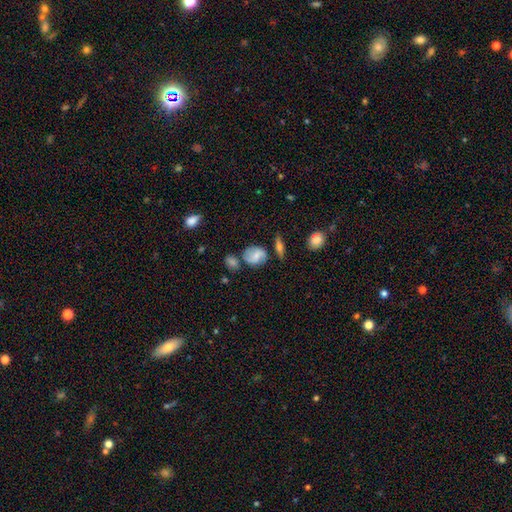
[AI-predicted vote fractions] This appears to be a smooth galaxy with no disk features (52%) that is in between round and cigar-shaped (50%). Merging: none (60%).